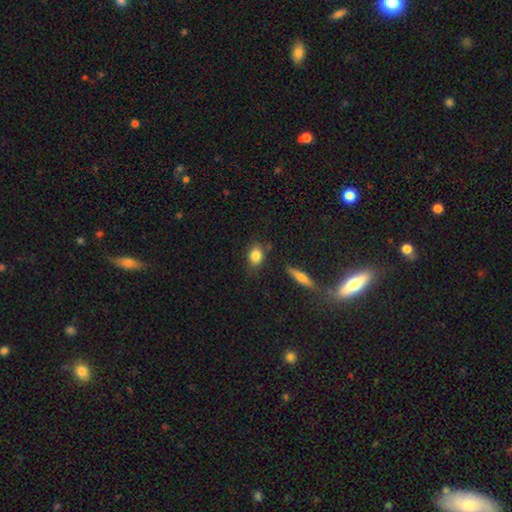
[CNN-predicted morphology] smooth-or-featured: smooth: 83% | featured or disk: 9% | star or artifact: 8%
  how-rounded: in between: 67% | round: 29% | cigar-shaped: 4%
  merging: none: 75% | minor disturbance: 17% | merger: 5% | major disturbance: 4%